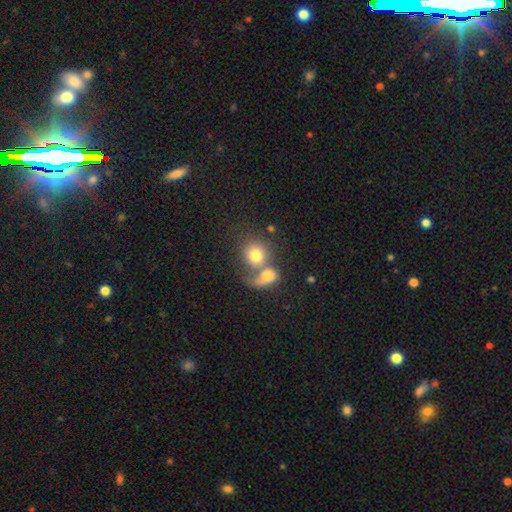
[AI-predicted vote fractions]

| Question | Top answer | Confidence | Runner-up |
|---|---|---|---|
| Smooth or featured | smooth | 72% | featured or disk (19%) |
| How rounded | round | 78% | in between (21%) |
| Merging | merger | 61% | none (22%) |